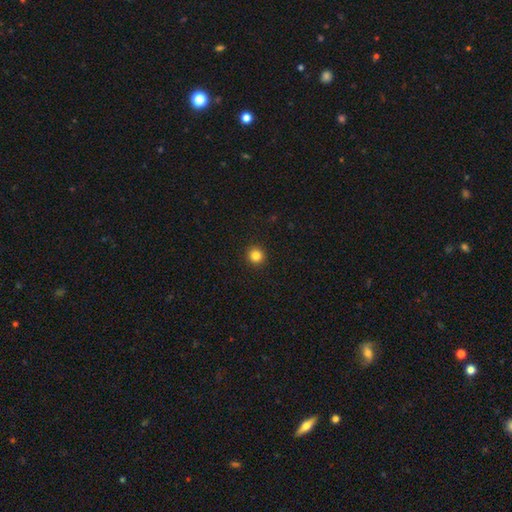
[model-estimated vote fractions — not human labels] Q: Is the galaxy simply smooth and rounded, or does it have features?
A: smooth — 84%.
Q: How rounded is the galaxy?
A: round — 94%.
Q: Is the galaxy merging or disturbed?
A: none — 93%.